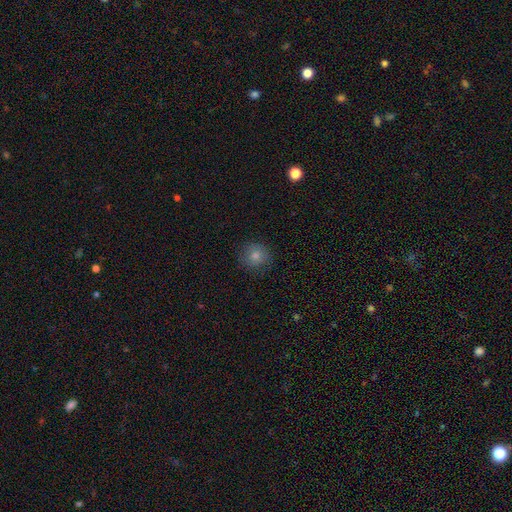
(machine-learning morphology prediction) Smooth or featured? Predicted: smooth (p=0.81). How rounded? Predicted: round (p=0.91). Merging? Predicted: none (p=0.85).